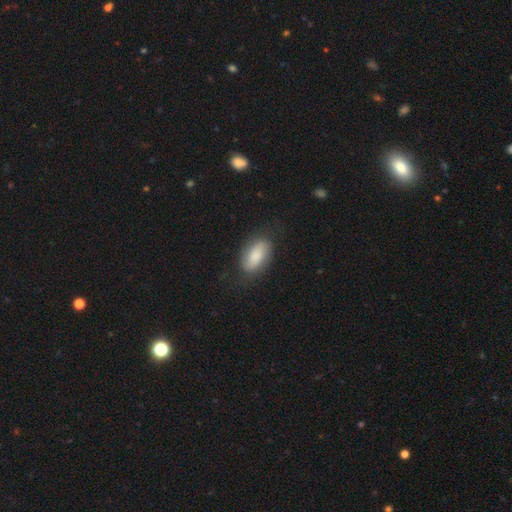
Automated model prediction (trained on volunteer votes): Smooth or featured? smooth (73%)
How rounded? in between (91%)
Merging? none (76%)